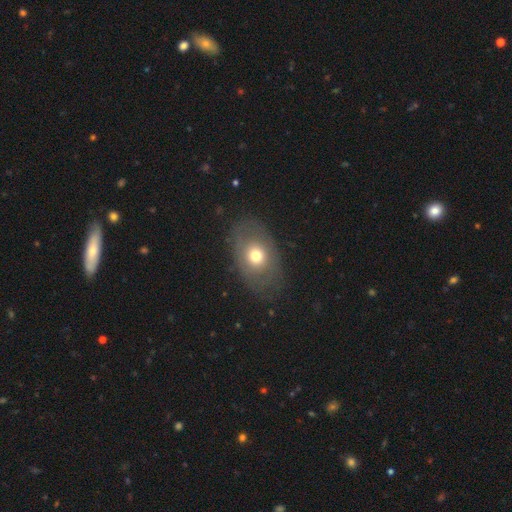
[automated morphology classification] Smooth or featured?
  - smooth: 60% *
  - featured or disk: 31%
  - star or artifact: 9%
How rounded?
  - in between: 77% *
  - round: 21%
  - cigar-shaped: 1%
Merging?
  - none: 78% *
  - minor disturbance: 14%
  - major disturbance: 7%
  - merger: 1%